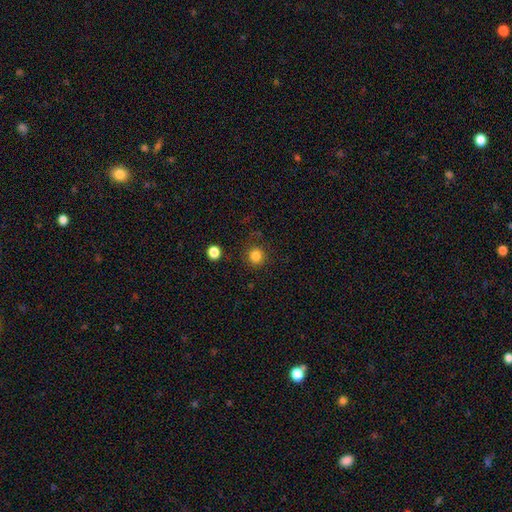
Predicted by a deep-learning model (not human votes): Morphology: type=smooth (84%); roundness=round (93%); merging=none (87%).